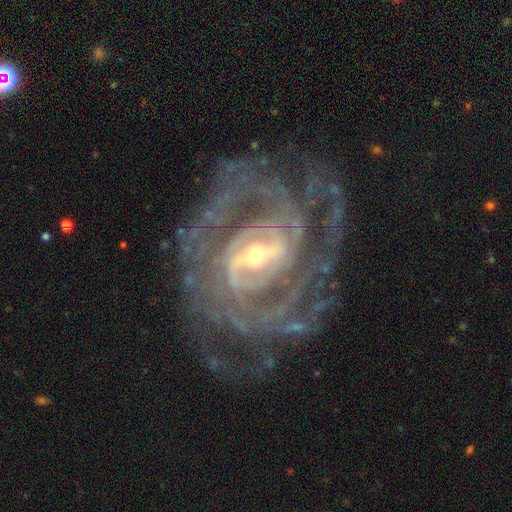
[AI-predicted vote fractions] featured or disk 92%, star or artifact 5%, smooth 3%. Down the decision tree: edge-on disk — no (97%); bar — strong (50%); spiral arms — yes (97%); spiral arm count — 2 (25%); spiral winding — tight (64%); bulge size — small (58%); merging — none (71%).